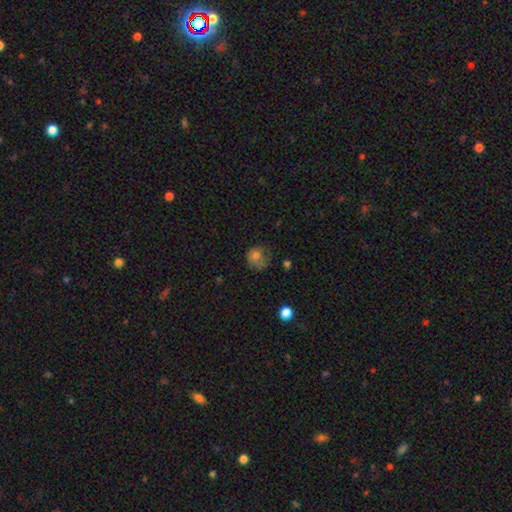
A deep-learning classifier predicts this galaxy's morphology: smooth-or-featured: smooth: 73% | featured or disk: 16% | star or artifact: 11%
  how-rounded: round: 76% | in between: 24% | cigar-shaped: 1%
  merging: none: 41% | major disturbance: 28% | minor disturbance: 28% | merger: 3%